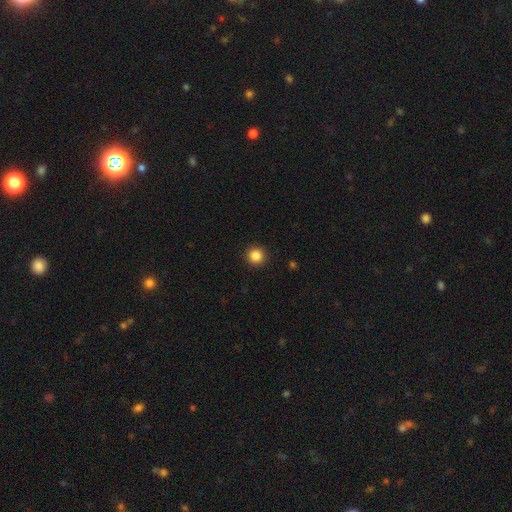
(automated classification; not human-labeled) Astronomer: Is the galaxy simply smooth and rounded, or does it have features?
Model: smooth — 86%.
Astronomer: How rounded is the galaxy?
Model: round — 95%.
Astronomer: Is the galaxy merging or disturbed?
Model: none — 93%.